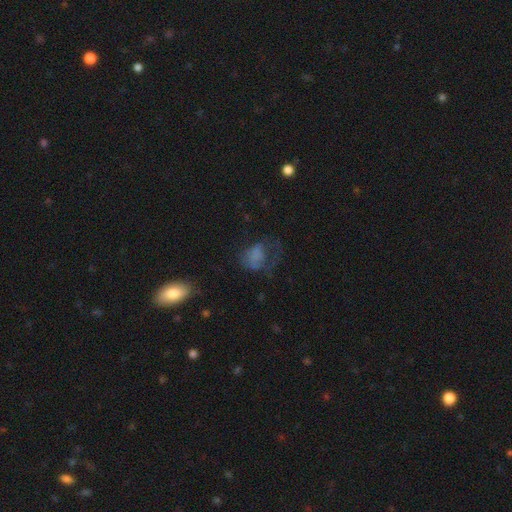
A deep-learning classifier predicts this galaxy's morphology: smooth-or-featured: smooth: 59% | featured or disk: 26% | star or artifact: 16%
  how-rounded: in between: 63% | round: 35% | cigar-shaped: 2%
  merging: major disturbance: 48% | none: 28% | minor disturbance: 21% | merger: 3%